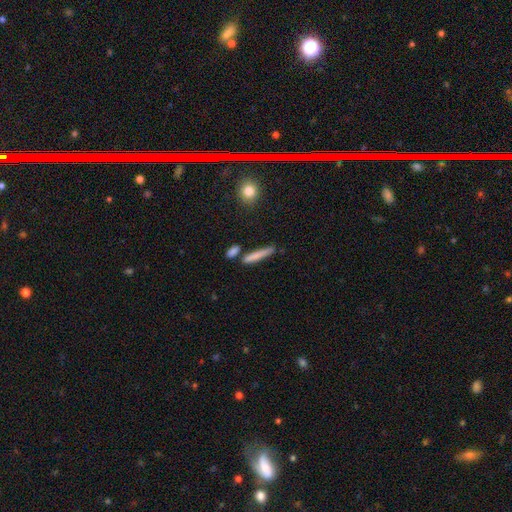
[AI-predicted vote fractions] This is likely a smooth galaxy (78%). How rounded: clearly cigar-shaped (89%). Merging: likely none (71%).